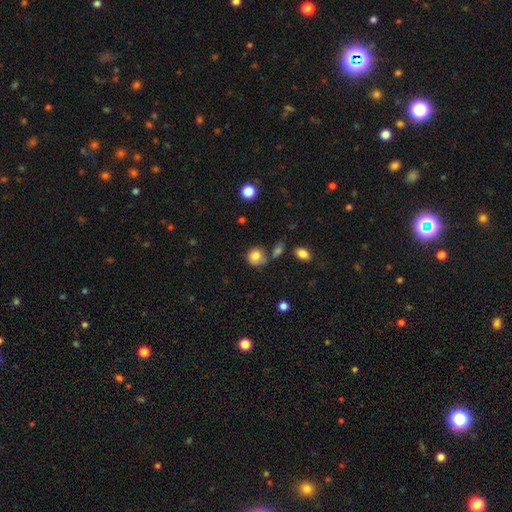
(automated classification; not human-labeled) Q: Smooth or featured?
A: smooth (81%); runner-up: star or artifact (10%)
Q: How rounded?
A: round (79%); runner-up: in between (19%)
Q: Merging?
A: none (55%); runner-up: minor disturbance (22%)